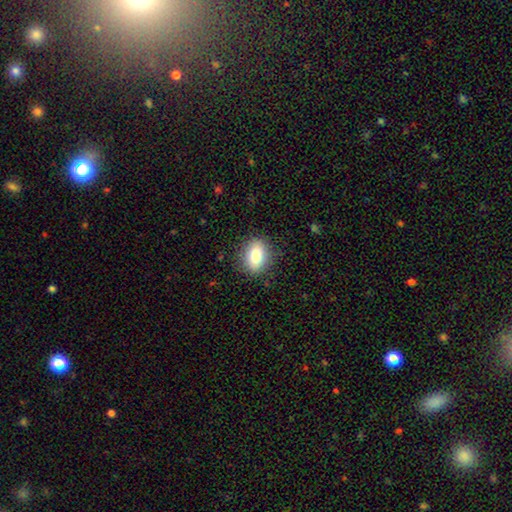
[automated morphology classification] type=smooth (83%); roundness=in between (76%); merging=none (85%).